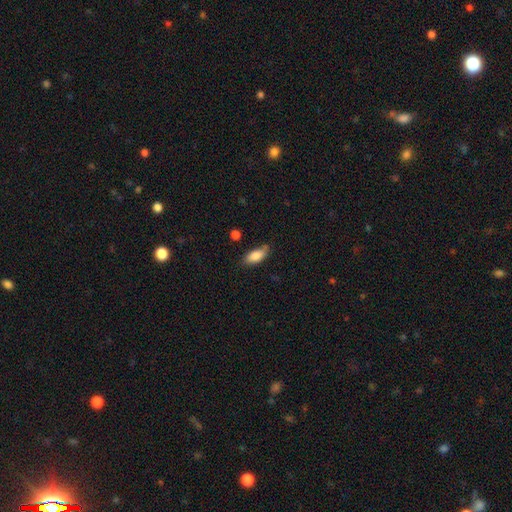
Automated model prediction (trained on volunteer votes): Q: Smooth or featured?
A: smooth (82%); runner-up: featured or disk (11%)
Q: How rounded?
A: in between (85%); runner-up: cigar-shaped (13%)
Q: Merging?
A: none (67%); runner-up: minor disturbance (25%)